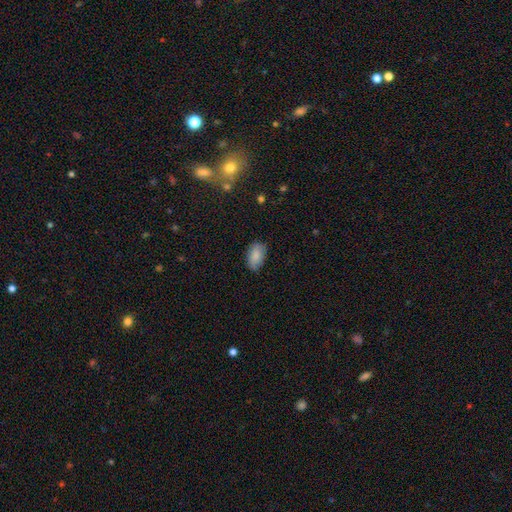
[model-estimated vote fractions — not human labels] smooth 84%, featured or disk 9%, star or artifact 7%. Down the decision tree: how rounded — in between (92%); merging — none (80%).